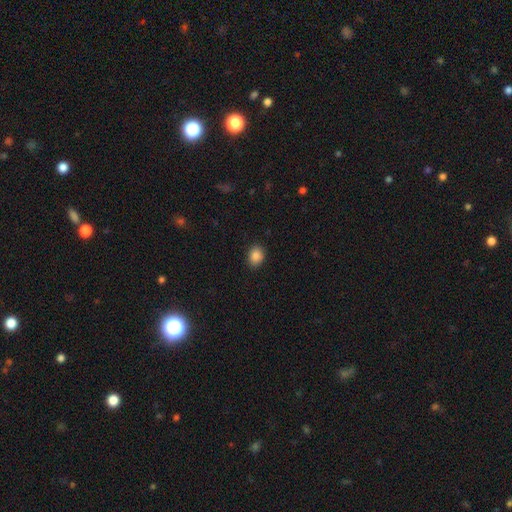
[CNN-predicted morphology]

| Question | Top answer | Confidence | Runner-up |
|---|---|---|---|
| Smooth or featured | smooth | 87% | star or artifact (10%) |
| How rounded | in between | 59% | round (40%) |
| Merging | none | 89% | minor disturbance (8%) |